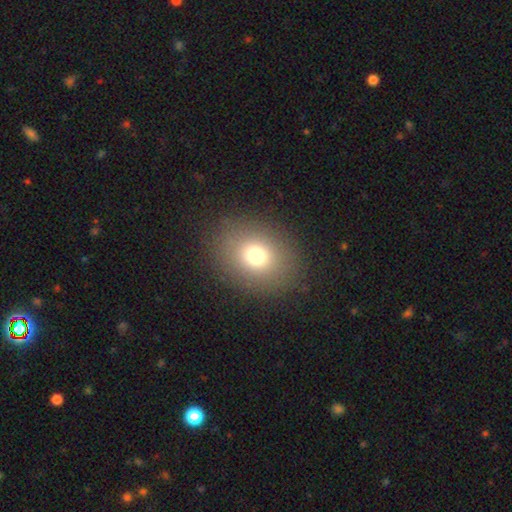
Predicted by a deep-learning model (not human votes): Smooth or featured: smooth — 73% (star or artifact — 16%)
How rounded: round — 55% (in between — 44%)
Merging: none — 86% (minor disturbance — 8%)